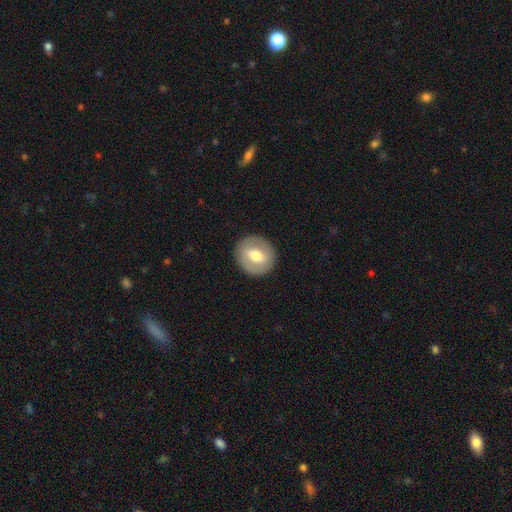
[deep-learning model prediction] Overall: smooth (48%; featured or disk 46%). Merging: none (89%).